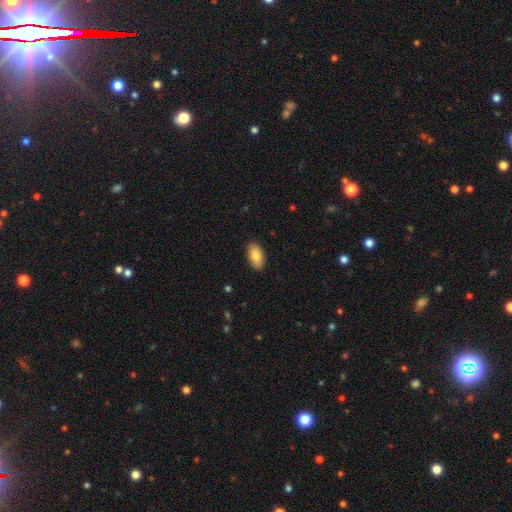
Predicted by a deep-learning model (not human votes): Smooth or featured? Predicted: smooth (p=0.84). How rounded? Predicted: in between (p=0.94). Merging? Predicted: none (p=0.89).